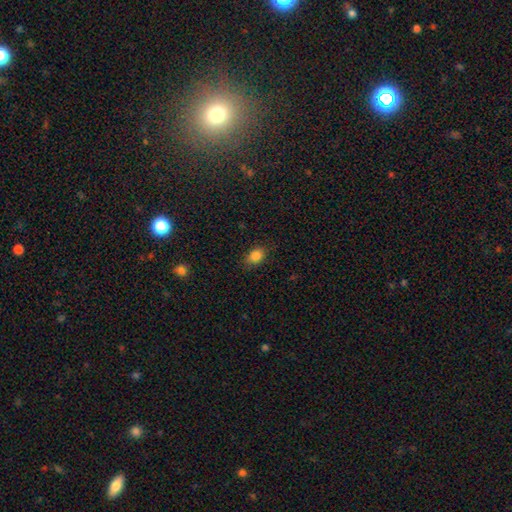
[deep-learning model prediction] Smooth or featured?
  - smooth: 85% *
  - star or artifact: 10%
  - featured or disk: 5%
How rounded?
  - in between: 71% *
  - round: 28%
  - cigar-shaped: 1%
Merging?
  - none: 83% *
  - minor disturbance: 13%
  - major disturbance: 3%
  - merger: 1%